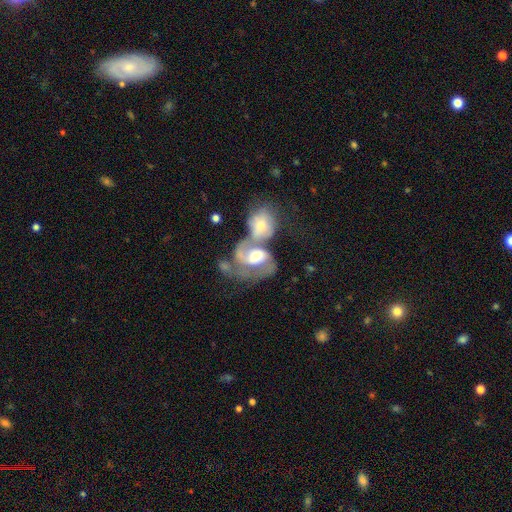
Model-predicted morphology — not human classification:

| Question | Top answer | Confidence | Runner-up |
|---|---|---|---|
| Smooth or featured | featured or disk | 75% | smooth (19%) |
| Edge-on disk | no | 97% | yes (3%) |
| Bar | no | 50% | weak (38%) |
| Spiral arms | yes | 87% | no (13%) |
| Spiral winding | medium | 49% | loose (26%) |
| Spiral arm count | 2 | 67% | can't tell (14%) |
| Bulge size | moderate | 60% | small (19%) |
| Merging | merger | 72% | major disturbance (11%) |